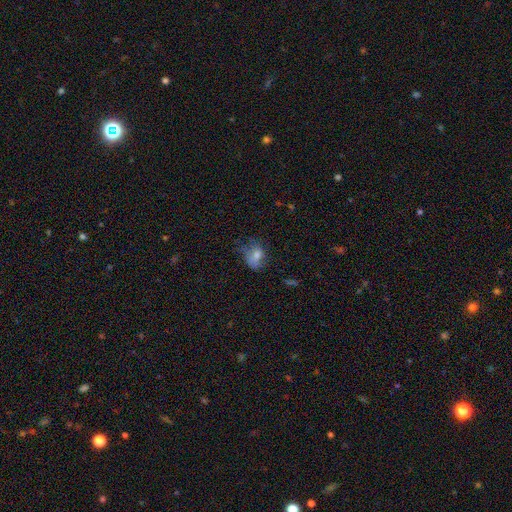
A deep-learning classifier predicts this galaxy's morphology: Overall: smooth (69%). How rounded: in between (65%; round 34%). Merging: none (43%; minor disturbance 30%).